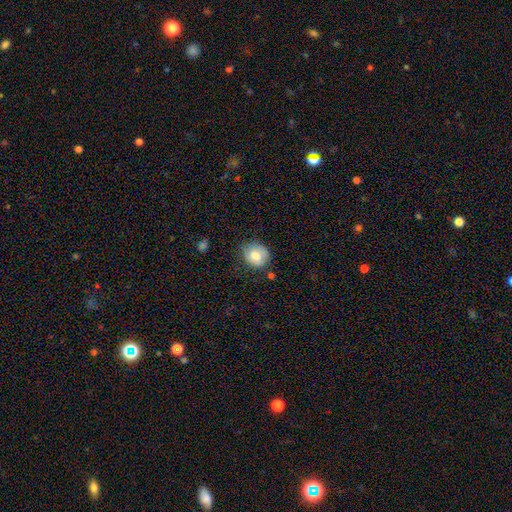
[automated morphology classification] The model was most divided on "merging": none: 68%, minor disturbance: 24%, major disturbance: 5%, merger: 3%. More confident: how rounded — round (75%); smooth or featured — smooth (73%).